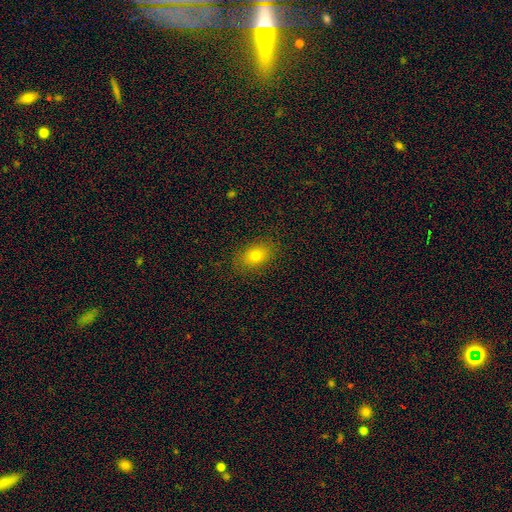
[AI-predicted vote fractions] A smooth galaxy with no disk features (77%) that is in between round and cigar-shaped (80%). Merging: none (86%).